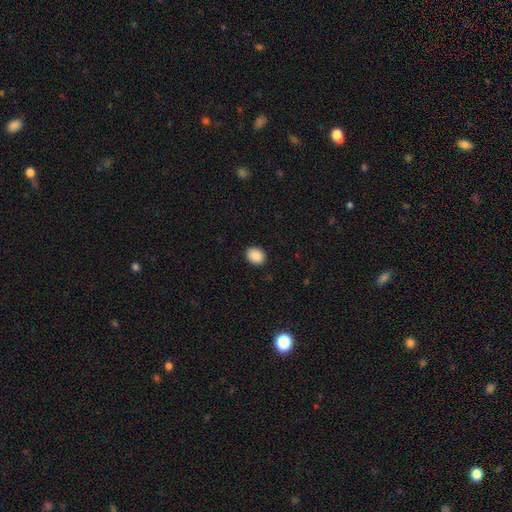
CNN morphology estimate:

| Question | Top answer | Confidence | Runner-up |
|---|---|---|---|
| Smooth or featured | smooth | 89% | star or artifact (8%) |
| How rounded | in between | 50% | round (49%) |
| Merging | none | 91% | minor disturbance (6%) |